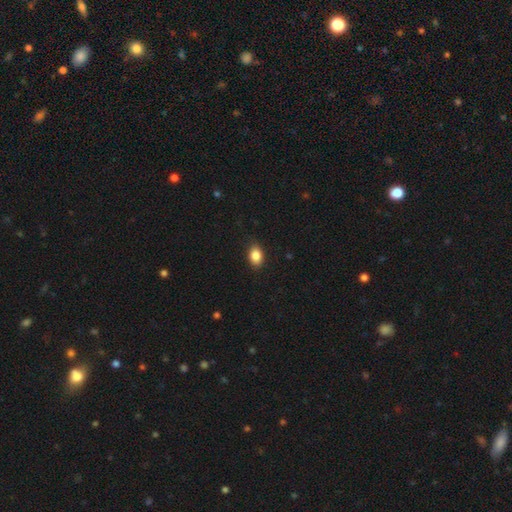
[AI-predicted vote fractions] Smooth or featured: smooth — 87% (star or artifact — 8%)
How rounded: in between — 81% (round — 18%)
Merging: none — 86% (minor disturbance — 10%)